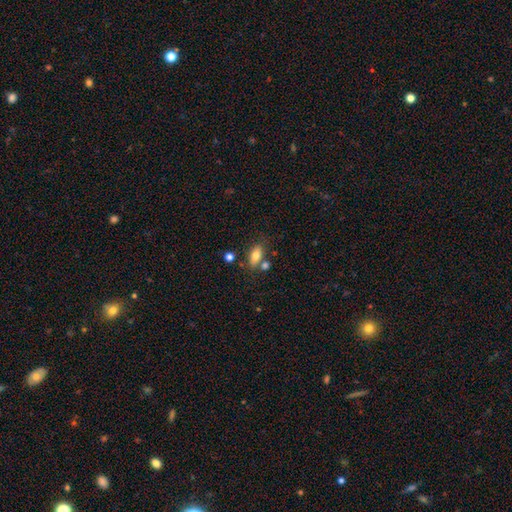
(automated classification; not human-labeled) This is likely a smooth galaxy (77%). How rounded: clearly in between (84%). Merging: likely none (67%).